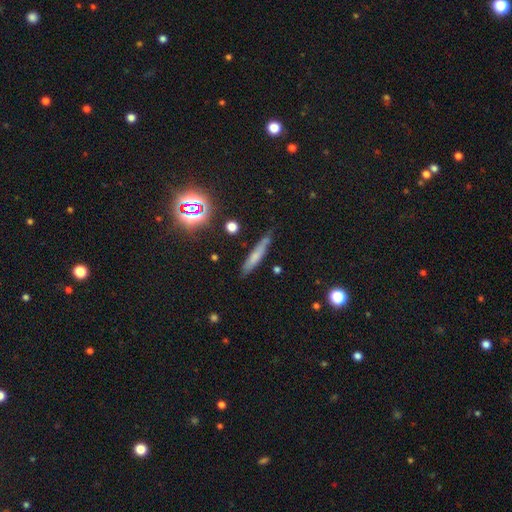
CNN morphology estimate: A smooth galaxy with no disk features (58%) that is cigar-shaped (89%). Merging: none (75%).